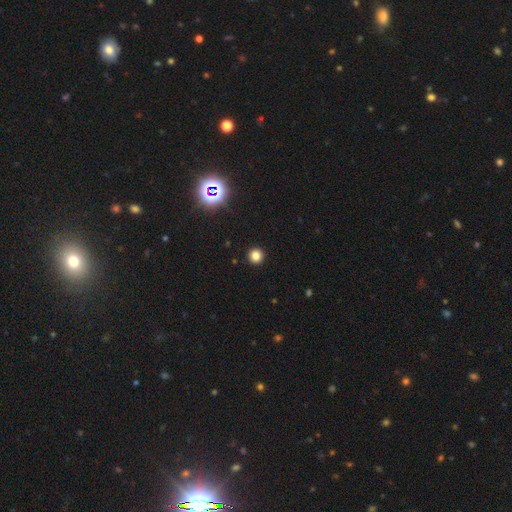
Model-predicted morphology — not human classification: smooth-or-featured: smooth: 81% | star or artifact: 14% | featured or disk: 5%
  how-rounded: round: 95% | in between: 4% | cigar-shaped: 1%
  merging: none: 93% | minor disturbance: 4% | major disturbance: 2% | merger: 1%